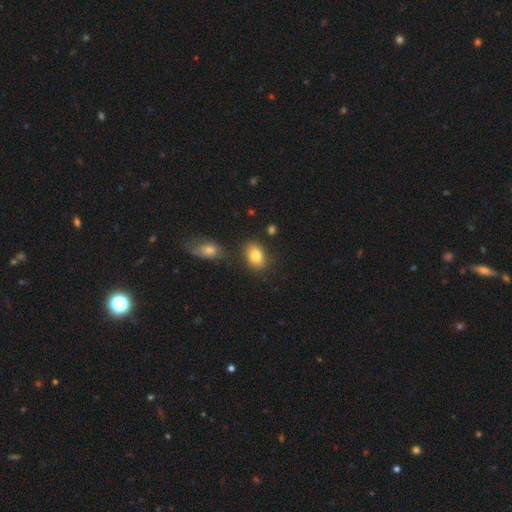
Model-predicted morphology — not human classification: This is clearly a smooth galaxy (82%). How rounded: likely in between (79%). Merging: likely none (78%).